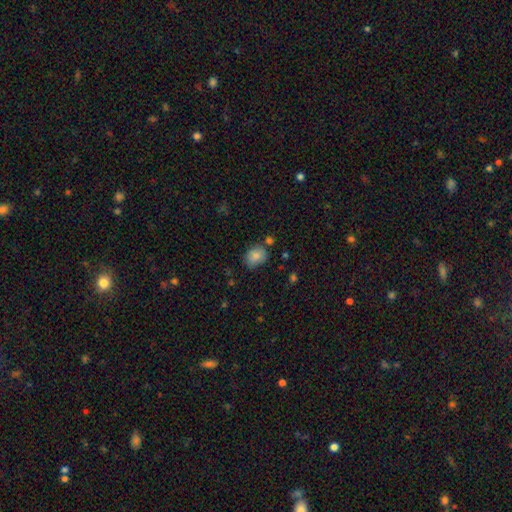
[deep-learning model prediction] smooth_or_featured: smooth (p=0.83) [alt: star or artifact p=0.09]
how_rounded: in between (p=0.56) [alt: round p=0.43]
merging: none (p=0.67) [alt: minor disturbance p=0.22]